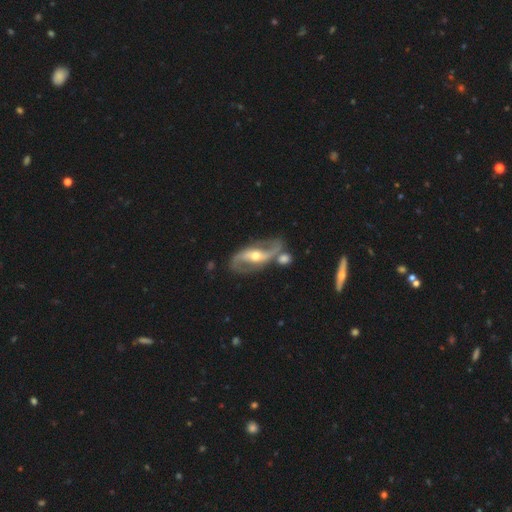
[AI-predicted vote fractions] smooth-or-featured: featured or disk: 89% | smooth: 6% | star or artifact: 4%
  disk-edge-on: no: 94% | yes: 6%
    bar: strong: 43% | weak: 30% | no: 27%
    has-spiral-arms: yes: 95% | no: 5%
      spiral-winding: loose: 49% | medium: 39% | tight: 13%
      spiral-arm-count: 2: 93% | can't tell: 3% | 1: 2% | 3: 1% | 4: 1% | more than 4: 1%
    bulge-size: moderate: 66% | small: 28% | large: 4% | none: 1% | dominant: 1%
  merging: none: 64% | minor disturbance: 15% | merger: 14% | major disturbance: 7%